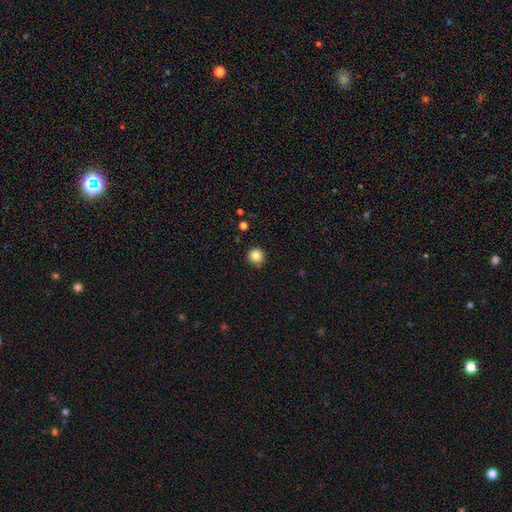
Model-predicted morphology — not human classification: Overall: smooth (84%). How rounded: round (95%). Merging: none (88%).